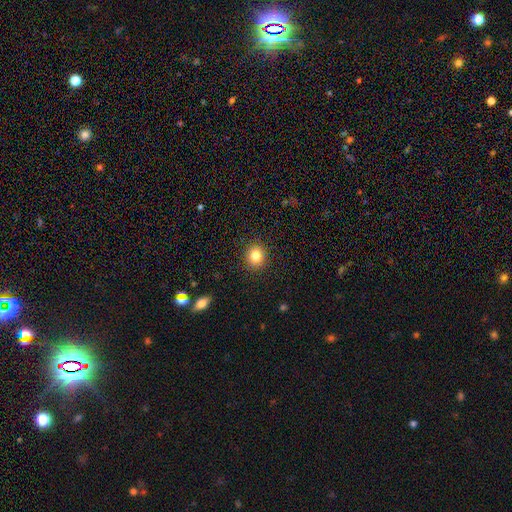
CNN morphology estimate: Q: Smooth or featured?
A: smooth (83%); runner-up: star or artifact (10%)
Q: How rounded?
A: round (81%); runner-up: in between (18%)
Q: Merging?
A: none (91%); runner-up: minor disturbance (6%)